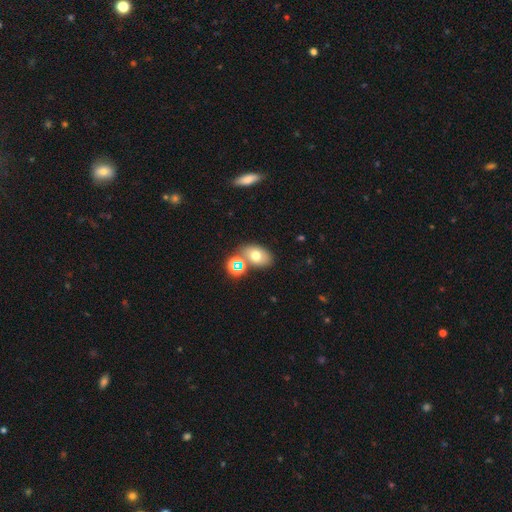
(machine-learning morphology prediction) A smooth galaxy with no disk features (66%) that is in between round and cigar-shaped (78%). Merging: none (65%).